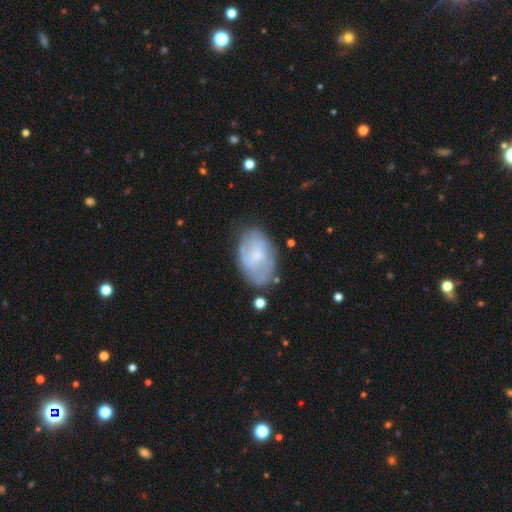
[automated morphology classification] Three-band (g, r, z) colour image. It shows a featured or disk galaxy (54%) with no bar (62%), spiral arms (68%) and a small central bulge (54%). Merging: none (69%).